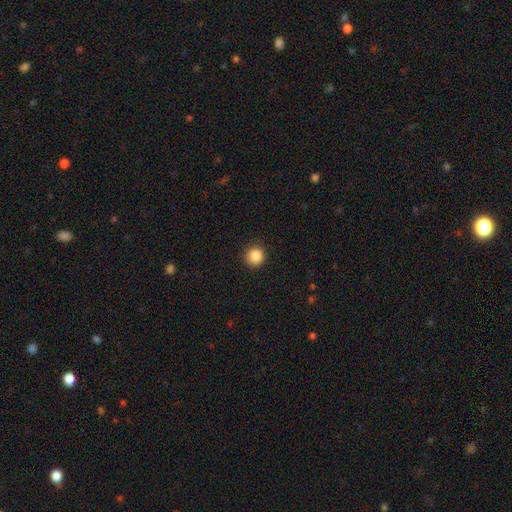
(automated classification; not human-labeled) smooth-or-featured: smooth: 86% | star or artifact: 10% | featured or disk: 4%
  how-rounded: round: 95% | in between: 4% | cigar-shaped: 1%
  merging: none: 91% | minor disturbance: 6% | major disturbance: 2% | merger: 1%